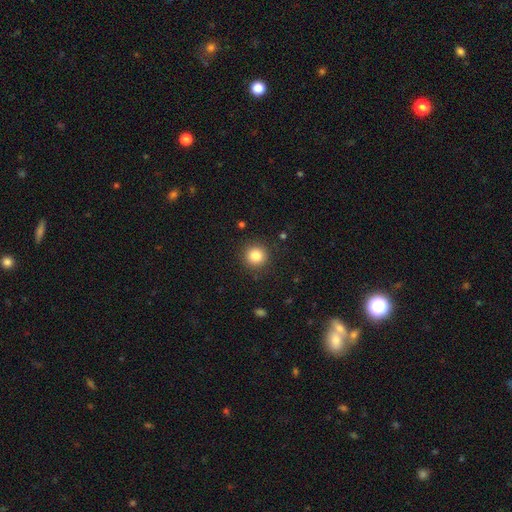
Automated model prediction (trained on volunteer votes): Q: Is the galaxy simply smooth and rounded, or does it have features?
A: smooth — 84%.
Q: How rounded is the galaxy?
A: round — 94%.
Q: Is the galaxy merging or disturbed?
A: none — 90%.